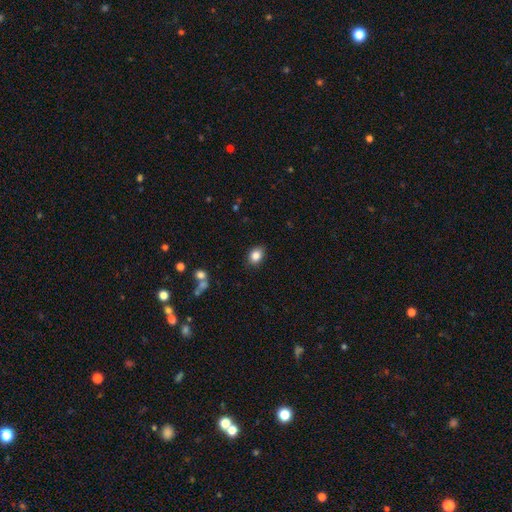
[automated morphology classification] Smooth or featured: smooth — 84% (star or artifact — 9%)
How rounded: in between — 65% (round — 33%)
Merging: none — 86% (minor disturbance — 11%)